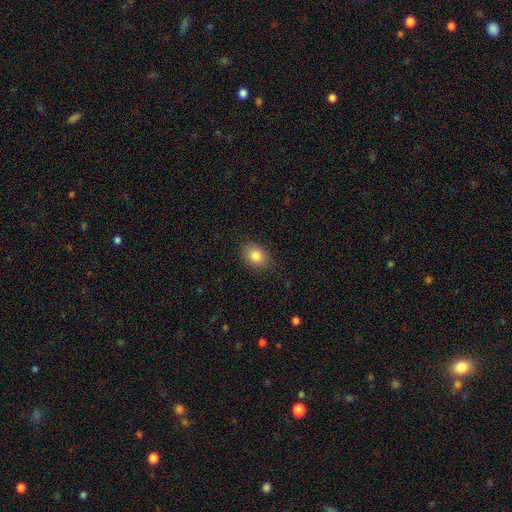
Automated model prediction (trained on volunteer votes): Overall: smooth (84%). How rounded: in between (62%; round 37%). Merging: none (84%).